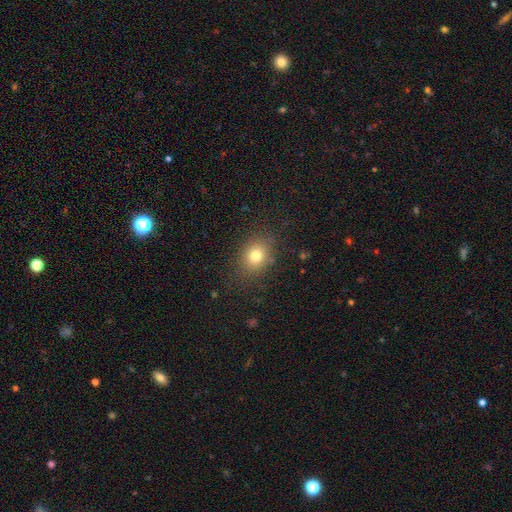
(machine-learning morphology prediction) smooth-or-featured: smooth: 78% | star or artifact: 13% | featured or disk: 9%
  how-rounded: round: 50% | in between: 49% | cigar-shaped: 1%
  merging: none: 82% | minor disturbance: 12% | major disturbance: 5% | merger: 1%